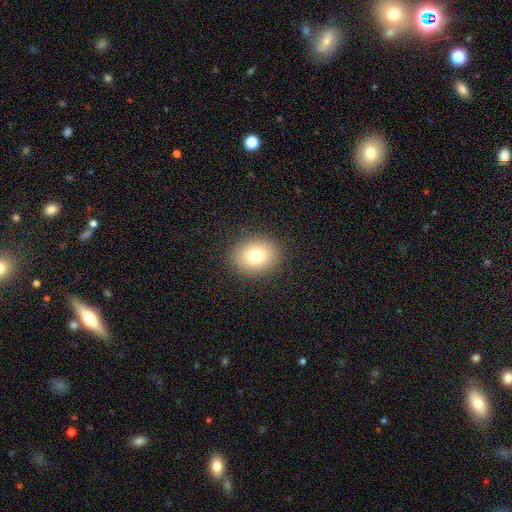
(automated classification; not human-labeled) A smooth galaxy with no disk features (77%) that is round (57%).

Vote fractions:
- Smooth or featured? smooth: 77% / star or artifact: 12% / featured or disk: 11%
- How rounded? round: 57% / in between: 42% / cigar-shaped: 1%
- Merging? none: 89% / minor disturbance: 7% / major disturbance: 3% / merger: 1%